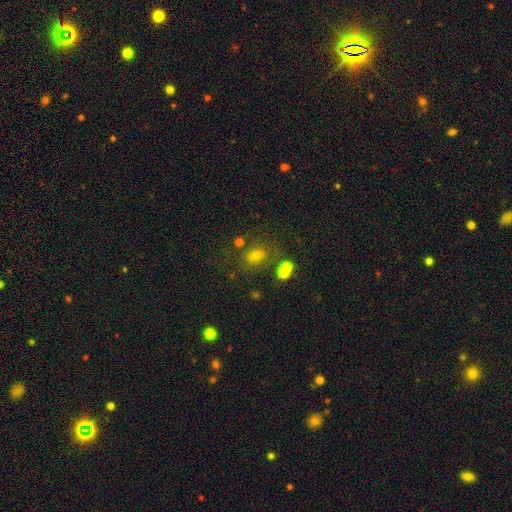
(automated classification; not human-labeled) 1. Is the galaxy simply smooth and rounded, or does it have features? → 66% smooth, 21% star or artifact, 12% featured or disk.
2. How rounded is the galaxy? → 51% in between, 47% round, 1% cigar-shaped.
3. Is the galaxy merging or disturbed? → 70% none, 13% minor disturbance, 11% merger, 6% major disturbance.